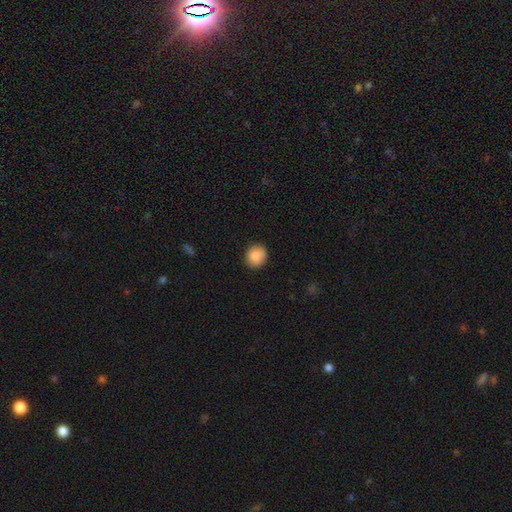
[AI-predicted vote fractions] Smooth or featured? smooth (86%)
How rounded? round (86%)
Merging? none (82%)